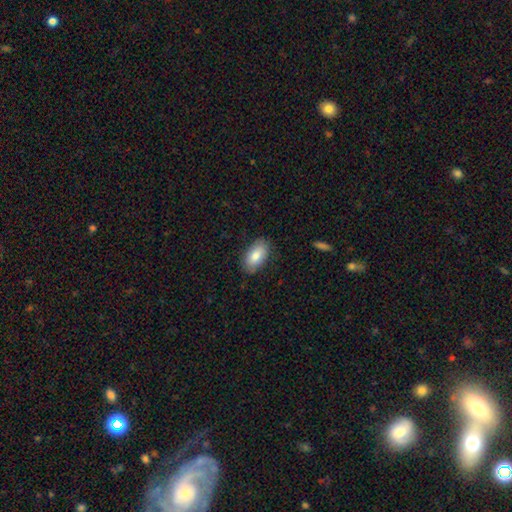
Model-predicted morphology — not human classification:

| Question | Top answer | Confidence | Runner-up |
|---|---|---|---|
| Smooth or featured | smooth | 82% | featured or disk (12%) |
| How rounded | in between | 94% | round (3%) |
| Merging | none | 85% | minor disturbance (12%) |